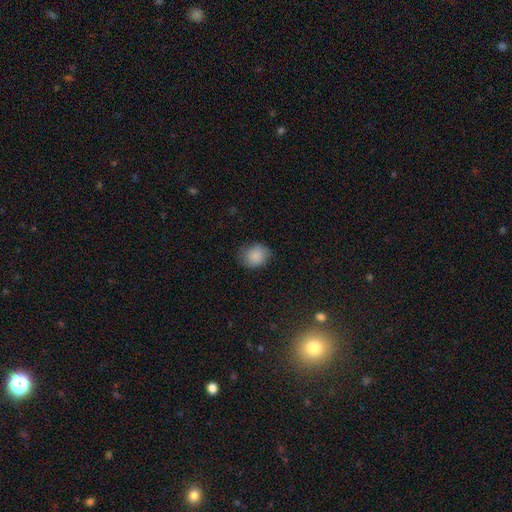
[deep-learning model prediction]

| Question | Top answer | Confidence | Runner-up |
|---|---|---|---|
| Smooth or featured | smooth | 87% | star or artifact (8%) |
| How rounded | round | 59% | in between (40%) |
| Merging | none | 75% | minor disturbance (19%) |